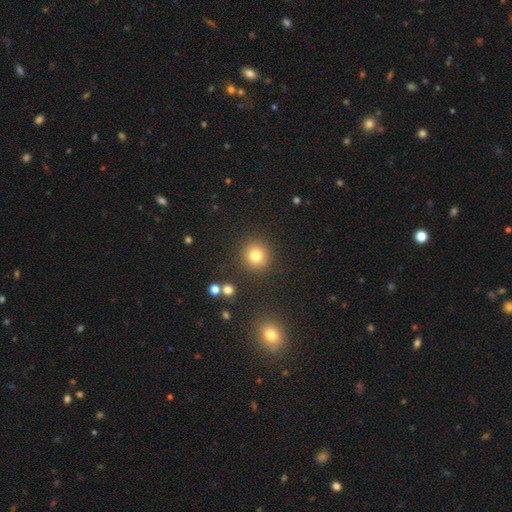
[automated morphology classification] Overall: smooth (78%). How rounded: round (94%). Merging: none (88%).